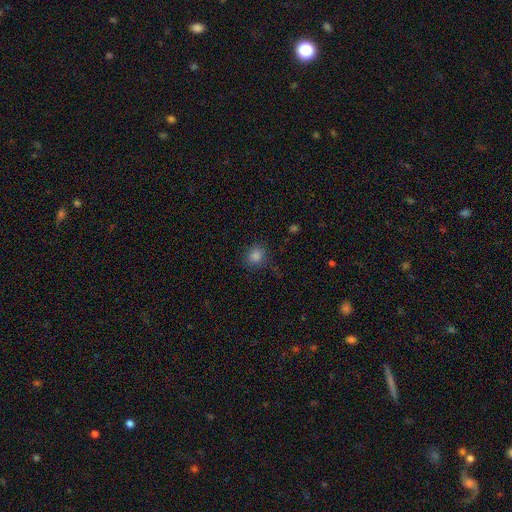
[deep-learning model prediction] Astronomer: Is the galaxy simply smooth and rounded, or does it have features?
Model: smooth — 81%.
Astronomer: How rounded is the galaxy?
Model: round — 80%.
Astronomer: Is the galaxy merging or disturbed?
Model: none — 85%.